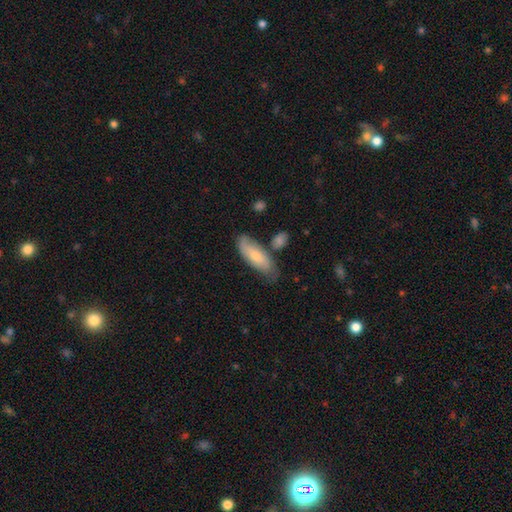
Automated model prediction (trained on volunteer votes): A smooth galaxy with no disk features (62%) that is in between round and cigar-shaped (72%).

Vote fractions:
- Smooth or featured? smooth: 62% / featured or disk: 32% / star or artifact: 6%
- How rounded? in between: 72% / cigar-shaped: 25% / round: 2%
- Merging? none: 60% / minor disturbance: 25% / merger: 9% / major disturbance: 6%